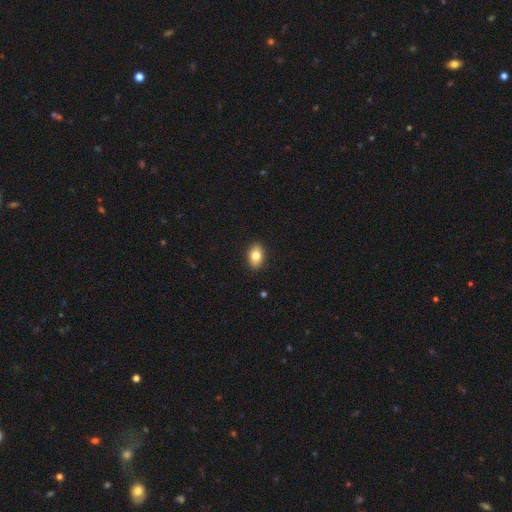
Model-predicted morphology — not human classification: This is clearly a smooth galaxy (81%). How rounded: clearly in between (85%). Merging: clearly none (90%).